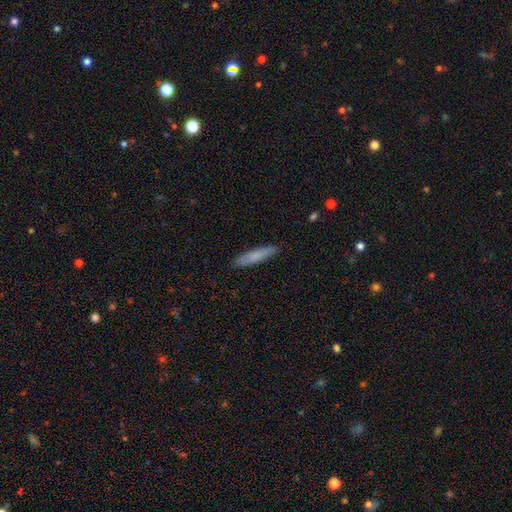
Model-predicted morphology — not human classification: Smooth or featured: smooth — 77% (featured or disk — 17%)
How rounded: cigar-shaped — 88% (in between — 11%)
Merging: none — 88% (minor disturbance — 9%)